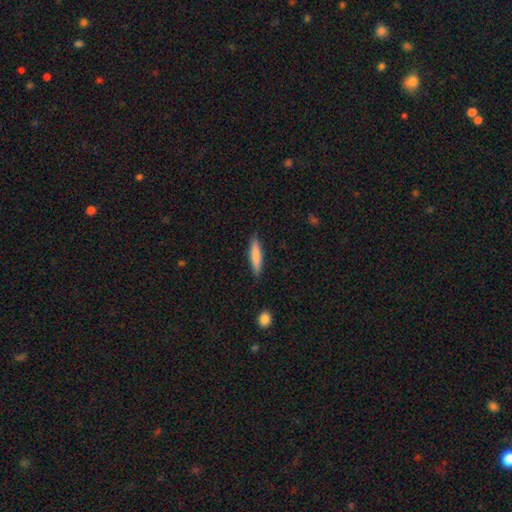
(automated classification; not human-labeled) Morphology: type=smooth (79%); roundness=cigar-shaped (86%); merging=none (87%).